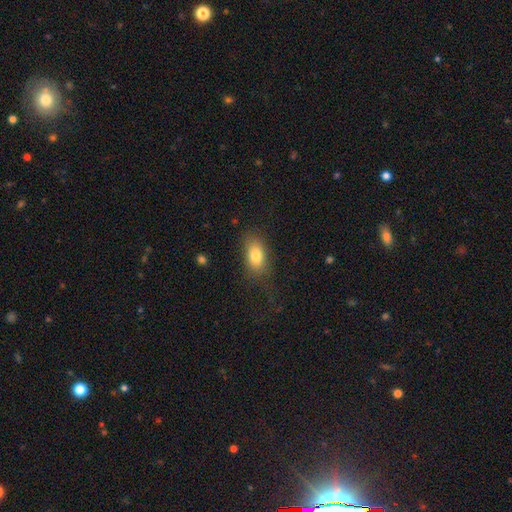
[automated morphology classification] Overall: smooth (81%). How rounded: in between (87%). Merging: none (72%).